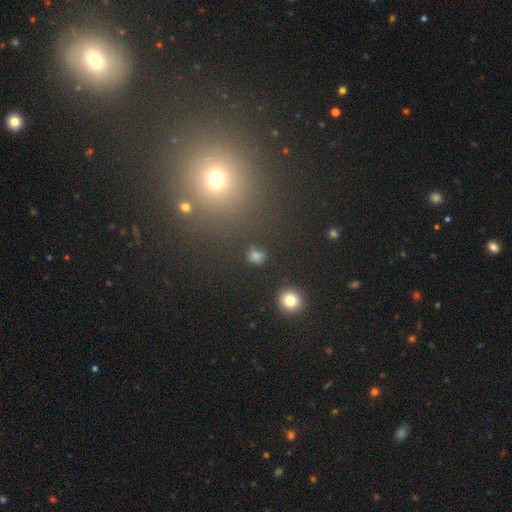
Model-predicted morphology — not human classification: smooth-or-featured: smooth: 54% | star or artifact: 39% | featured or disk: 7%
  how-rounded: round: 90% | in between: 9% | cigar-shaped: 1%
  merging: none: 88% | minor disturbance: 5% | merger: 4% | major disturbance: 3%